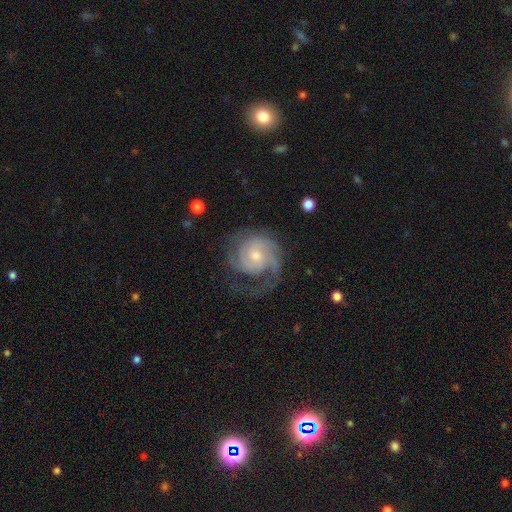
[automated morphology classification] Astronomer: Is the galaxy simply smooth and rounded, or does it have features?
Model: featured or disk — 86%.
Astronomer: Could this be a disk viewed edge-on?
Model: no — 98%.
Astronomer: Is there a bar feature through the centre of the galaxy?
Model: no — 63%.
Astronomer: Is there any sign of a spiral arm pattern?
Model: yes — 97%.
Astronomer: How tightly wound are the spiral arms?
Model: tight — 55% (runner-up: medium, 35%).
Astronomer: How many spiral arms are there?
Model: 2 — 42% (runner-up: 3, 23%).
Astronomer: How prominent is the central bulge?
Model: small — 53% (runner-up: moderate, 42%).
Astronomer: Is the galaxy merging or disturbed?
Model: none — 62%.